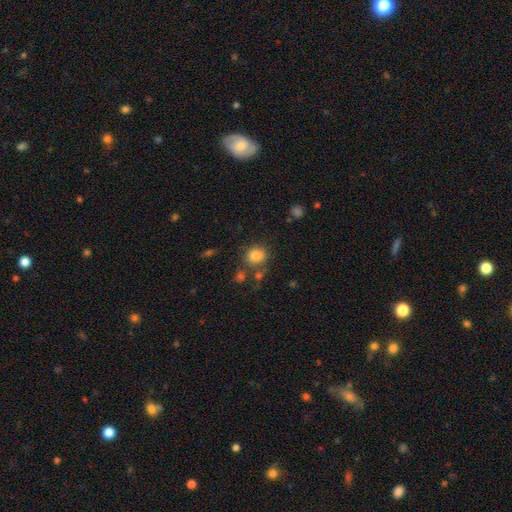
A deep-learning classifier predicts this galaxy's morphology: smooth_or_featured: smooth (p=0.81) [alt: star or artifact p=0.12]
how_rounded: round (p=0.70) [alt: in between p=0.29]
merging: none (p=0.66) [alt: minor disturbance p=0.15]